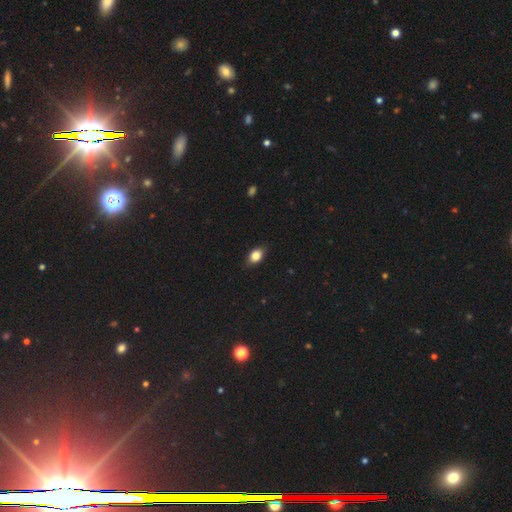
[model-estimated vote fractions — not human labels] smooth_or_featured: smooth (p=0.82) [alt: star or artifact p=0.09]
how_rounded: in between (p=0.79) [alt: round p=0.19]
merging: none (p=0.84) [alt: minor disturbance p=0.13]